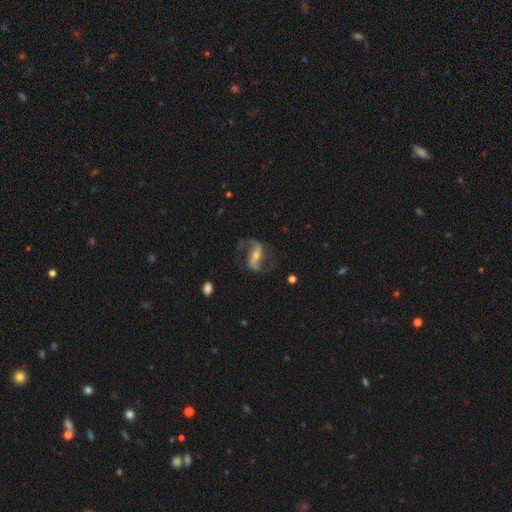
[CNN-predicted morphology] Overall: featured or disk (87%). Edge-on disk: no (95%). Bar: strong (49%; weak 32%). Spiral arms: yes (96%). Spiral arm count: 2 (90%). Spiral winding: loose (60%; medium 32%). Bulge size: small (51%; moderate 42%). Merging: none (73%).